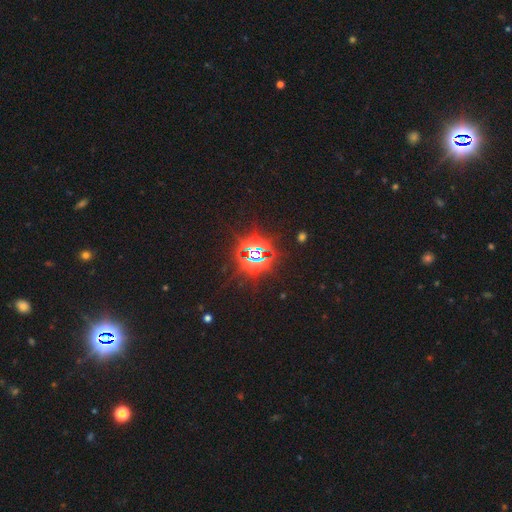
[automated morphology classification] Smooth or featured? Predicted: star or artifact (p=0.83).